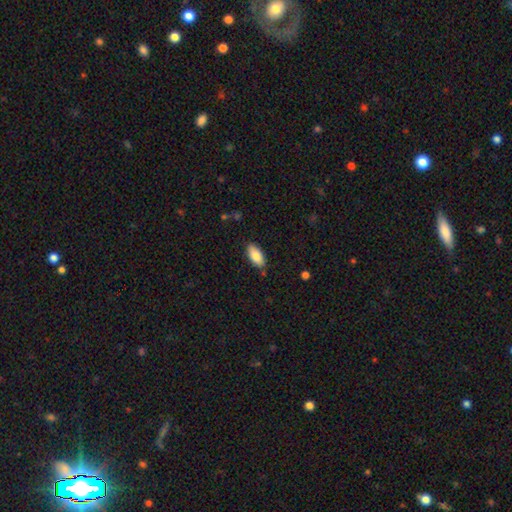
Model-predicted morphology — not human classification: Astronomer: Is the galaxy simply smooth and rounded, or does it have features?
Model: smooth — 84%.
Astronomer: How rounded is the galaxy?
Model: in between — 91%.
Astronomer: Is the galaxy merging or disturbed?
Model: none — 84%.